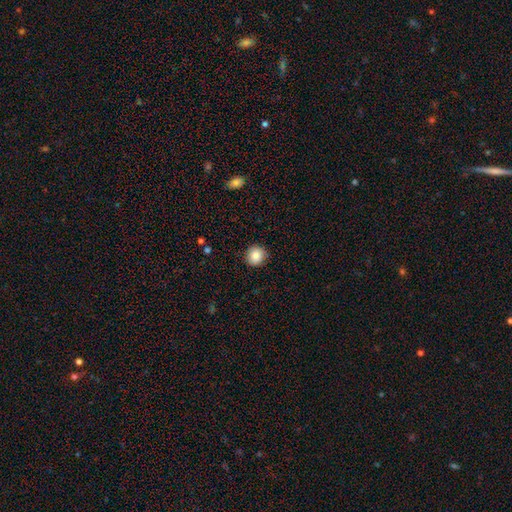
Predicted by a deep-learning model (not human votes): A smooth galaxy with no disk features (87%) that is round (92%). Merging: none (89%).